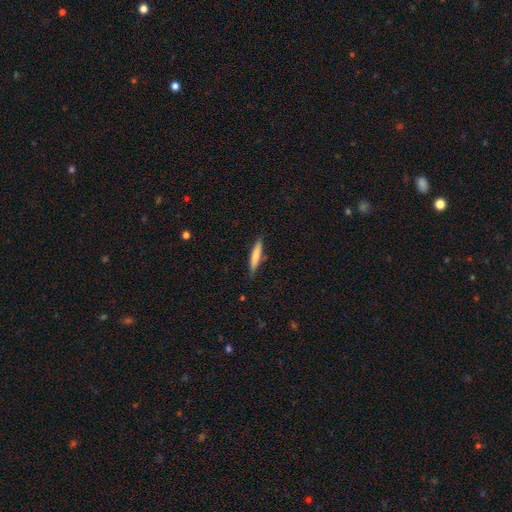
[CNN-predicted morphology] type=smooth (72%); roundness=cigar-shaped (90%); merging=none (85%).